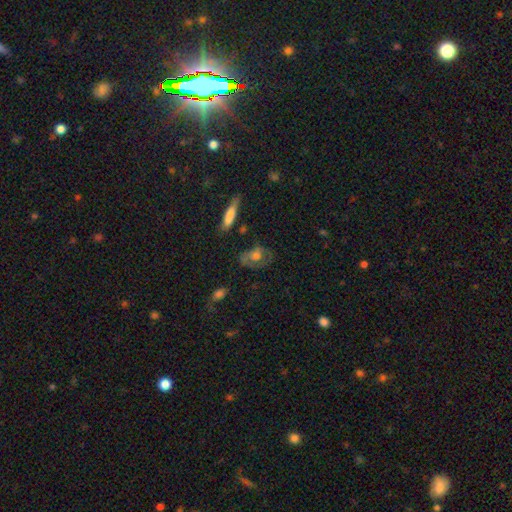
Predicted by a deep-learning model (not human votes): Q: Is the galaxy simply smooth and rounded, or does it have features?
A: featured or disk — 46%, tied with smooth.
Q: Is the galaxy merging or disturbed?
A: none — 60%.